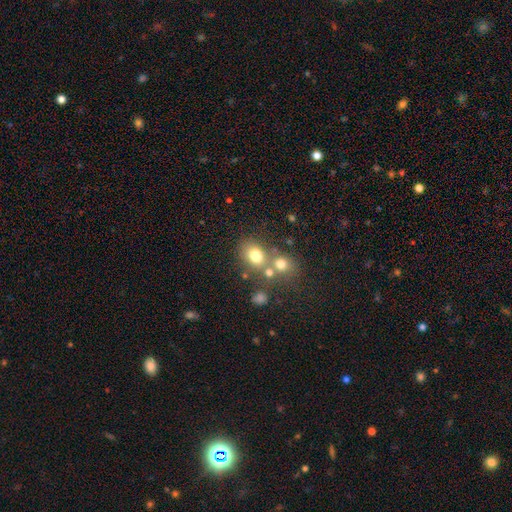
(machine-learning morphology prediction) A smooth galaxy with no disk features (74%) that is round (52%).

Vote fractions:
- Smooth or featured? smooth: 74% / star or artifact: 13% / featured or disk: 12%
- How rounded? round: 52% / in between: 47% / cigar-shaped: 1%
- Merging? none: 49% / merger: 34% / minor disturbance: 11% / major disturbance: 5%